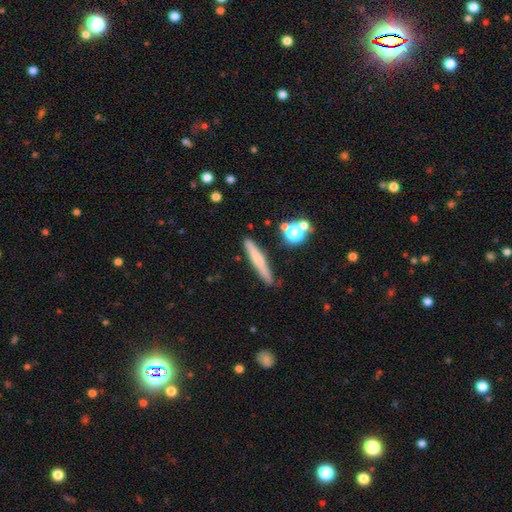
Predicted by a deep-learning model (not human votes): Smooth or featured: smooth — 54% (featured or disk — 36%)
How rounded: cigar-shaped — 92% (in between — 5%)
Merging: none — 85% (minor disturbance — 10%)